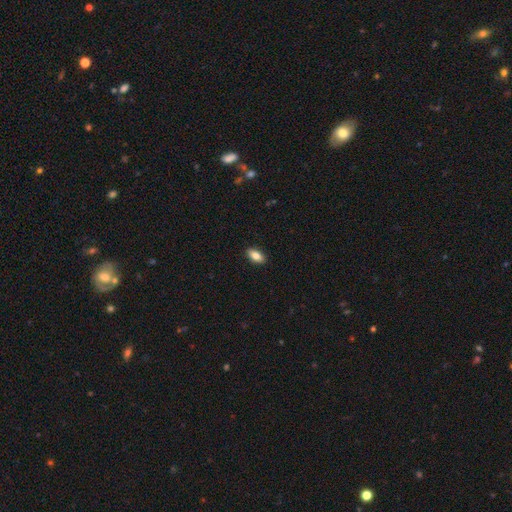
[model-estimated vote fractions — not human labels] The model was most divided on "smooth or featured": smooth: 83%, featured or disk: 10%, star or artifact: 7%. More confident: how rounded — in between (90%); merging — none (90%).